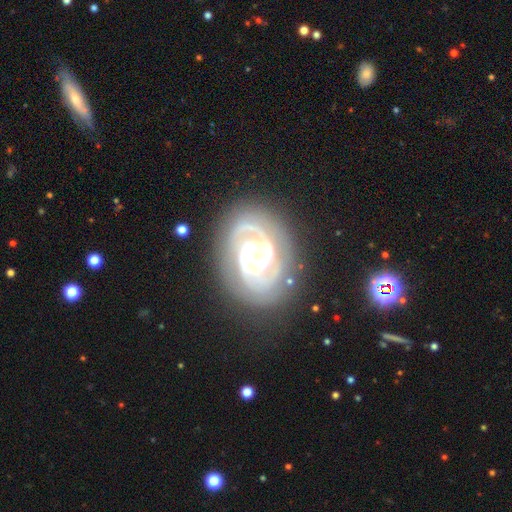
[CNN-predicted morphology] Smooth or featured? Predicted: featured or disk (p=0.89). Edge-on disk? Predicted: no (p=0.98). Bar? Predicted: no (p=0.37). Spiral arms? Predicted: yes (p=0.97). Spiral winding? Predicted: tight (p=0.63). Spiral arm count? Predicted: 2 (p=0.48). Bulge size? Predicted: moderate (p=0.40). Merging? Predicted: none (p=0.75).